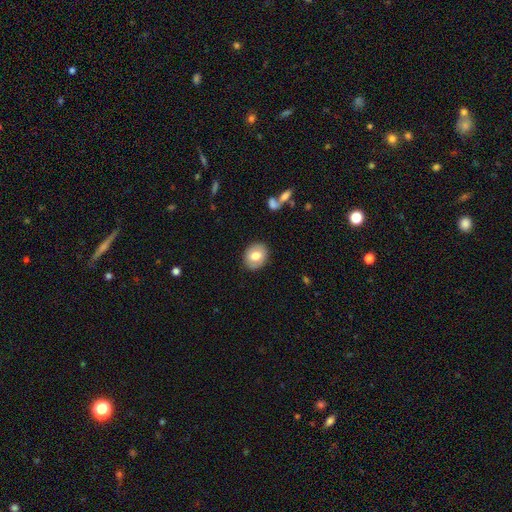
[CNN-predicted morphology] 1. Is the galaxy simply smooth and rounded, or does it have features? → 71% smooth, 22% featured or disk, 7% star or artifact.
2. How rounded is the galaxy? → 51% round, 48% in between, 1% cigar-shaped.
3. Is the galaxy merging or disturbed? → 88% none, 9% minor disturbance, 2% major disturbance, 1% merger.